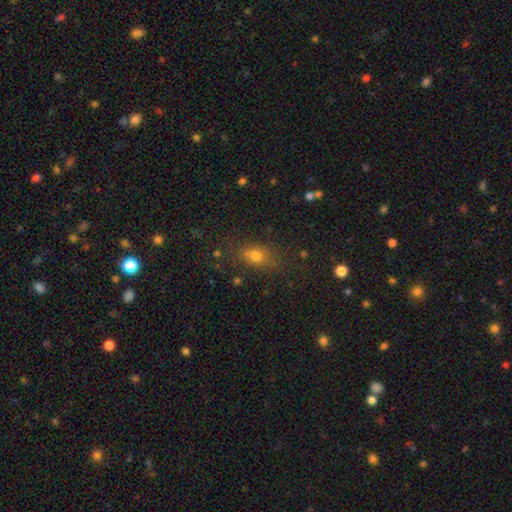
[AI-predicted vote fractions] Smooth or featured: smooth — 72% (star or artifact — 17%)
How rounded: in between — 63% (round — 32%)
Merging: none — 75% (minor disturbance — 16%)